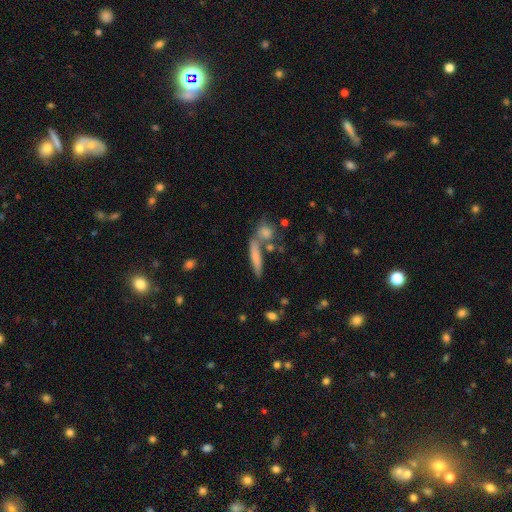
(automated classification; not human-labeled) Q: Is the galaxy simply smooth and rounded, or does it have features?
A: smooth — 65%.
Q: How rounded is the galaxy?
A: cigar-shaped — 82%.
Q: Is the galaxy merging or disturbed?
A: none — 60%.